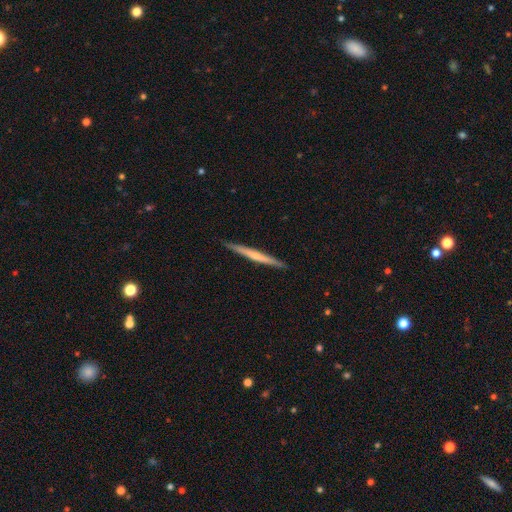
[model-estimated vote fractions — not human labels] A featured or disk galaxy (60%) viewed edge-on (98%) with no central bulge (51%).

Vote fractions:
- Smooth or featured? featured or disk: 60% / smooth: 34% / star or artifact: 5%
- Edge-on disk? yes: 98% / no: 2%
- Edge-on bulge? none: 51% / rounded: 43% / boxy: 6%
- Merging? none: 91% / minor disturbance: 7% / major disturbance: 1% / merger: 1%